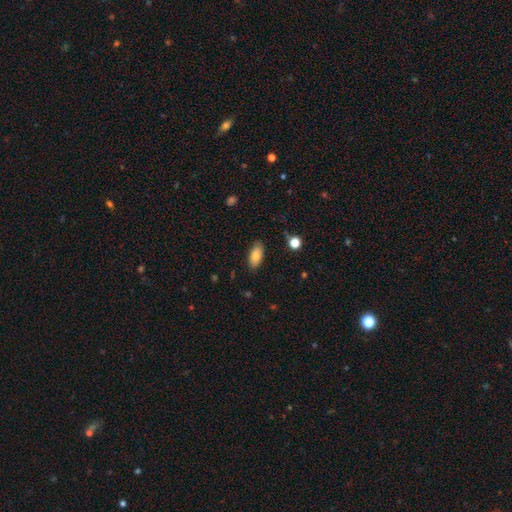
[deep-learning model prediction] Overall: smooth (82%). How rounded: in between (90%). Merging: none (85%).